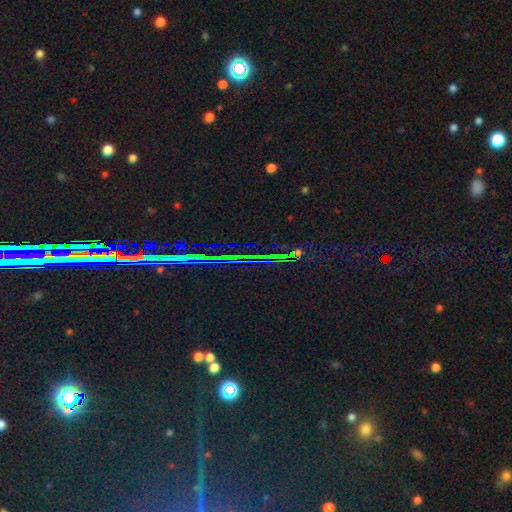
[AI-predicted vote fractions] This appears to be a star or artifact, not a galaxy (85%).